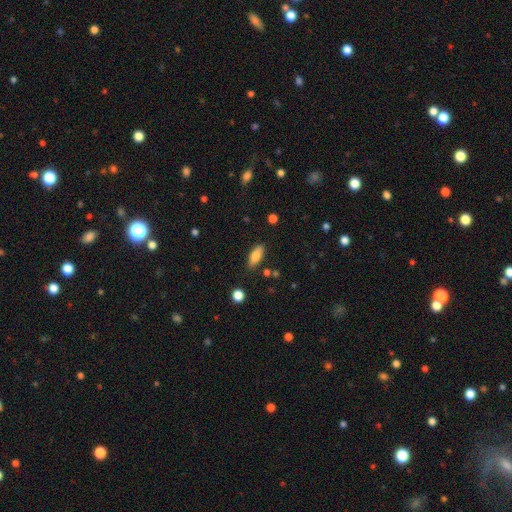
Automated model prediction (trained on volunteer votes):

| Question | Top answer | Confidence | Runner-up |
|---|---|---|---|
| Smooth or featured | smooth | 80% | featured or disk (13%) |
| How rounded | in between | 79% | cigar-shaped (19%) |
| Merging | none | 83% | minor disturbance (11%) |